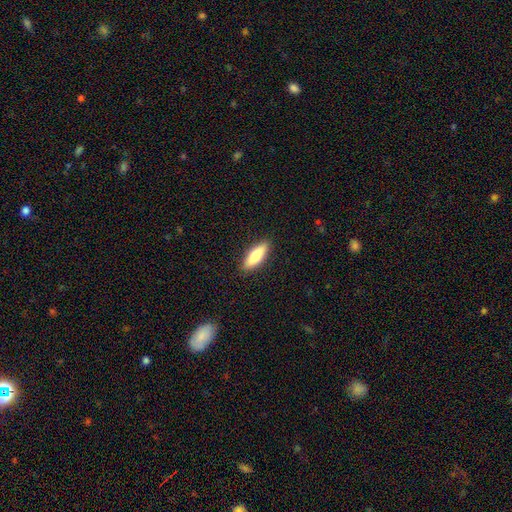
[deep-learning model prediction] Overall: smooth (76%). How rounded: in between (49%, tied with cigar-shaped). Merging: none (89%).